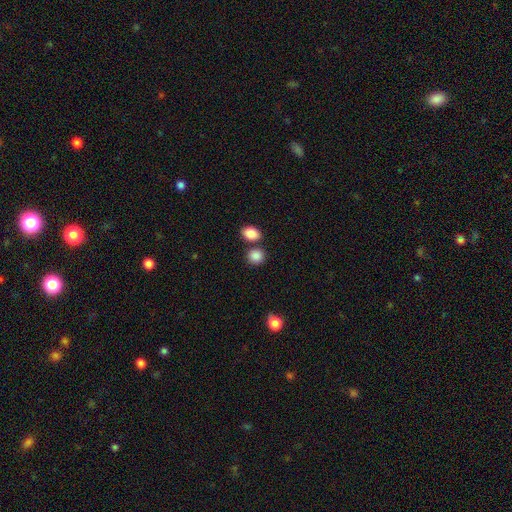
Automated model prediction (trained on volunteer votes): Smooth or featured: smooth — 87% (star or artifact — 9%)
How rounded: round — 70% (in between — 29%)
Merging: none — 70% (merger — 18%)